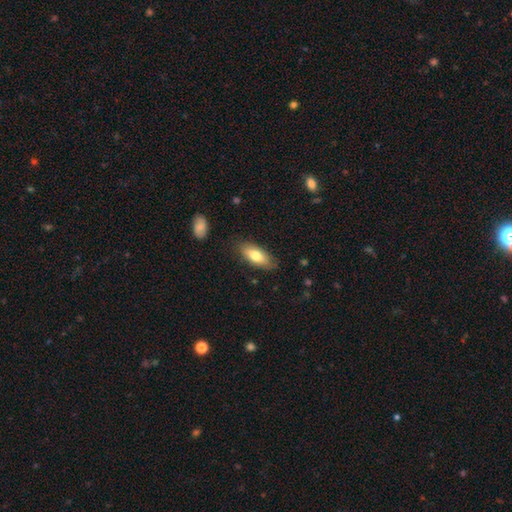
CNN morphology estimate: Smooth or featured?
  - smooth: 74% *
  - featured or disk: 19%
  - star or artifact: 6%
How rounded?
  - in between: 82% *
  - cigar-shaped: 15%
  - round: 3%
Merging?
  - none: 81% *
  - minor disturbance: 15%
  - major disturbance: 3%
  - merger: 2%